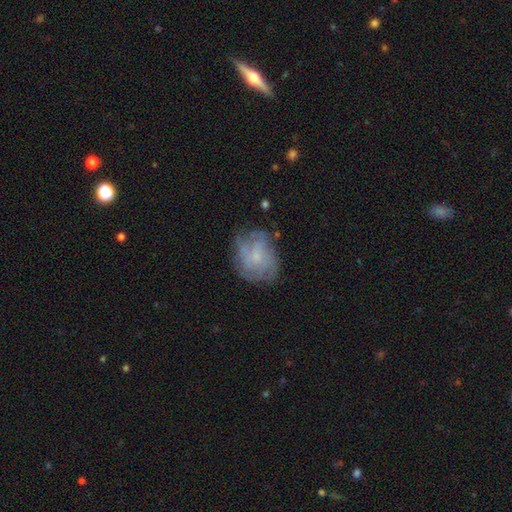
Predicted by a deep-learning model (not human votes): This is likely a featured or disk galaxy (64%). It is clearly not viewed edge-on (98%). Bar: likely no (68%). Spiral arm pattern: likely yes (78%). Central bulge: possibly small (59%). Merging: likely none (66%).